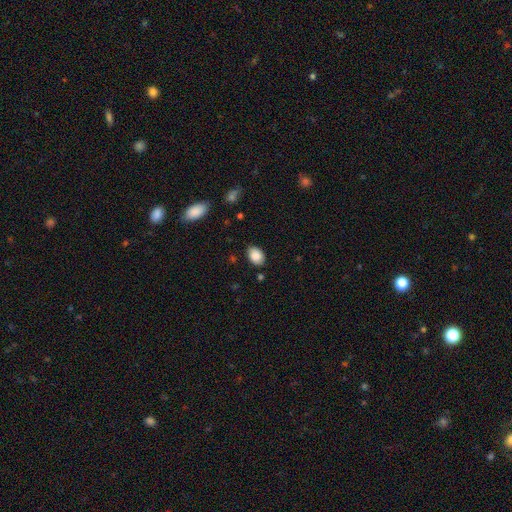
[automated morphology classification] smooth 88%, star or artifact 8%, featured or disk 4%. Down the decision tree: how rounded — in between (79%); merging — none (84%).